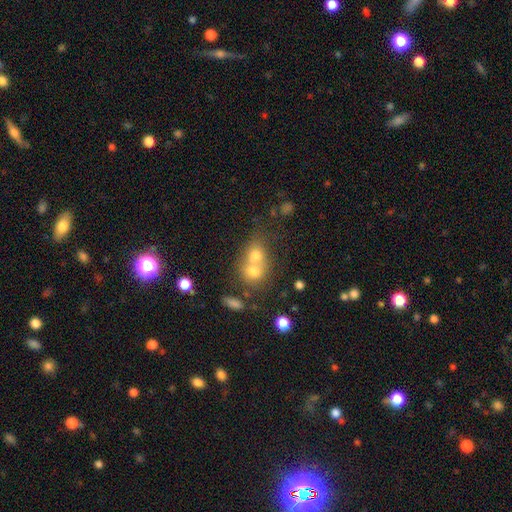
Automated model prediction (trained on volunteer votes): This is likely a smooth galaxy (69%). How rounded: likely round (62%). Merging: likely merger (68%).